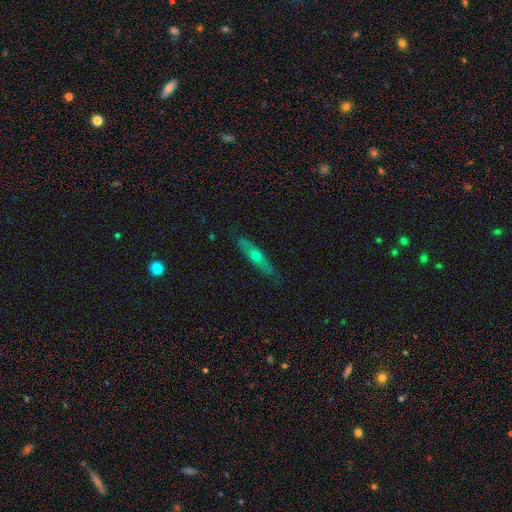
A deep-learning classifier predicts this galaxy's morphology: featured or disk 57%, smooth 35%, star or artifact 7%. Down the decision tree: edge-on disk — yes (84%); merging — none (85%).